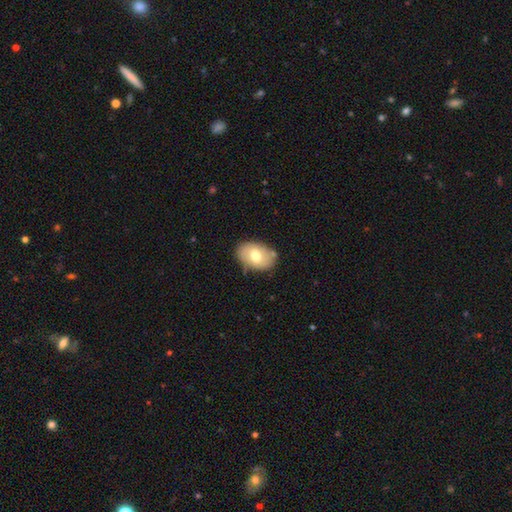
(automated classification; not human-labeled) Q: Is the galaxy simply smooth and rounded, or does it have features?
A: smooth — 69%.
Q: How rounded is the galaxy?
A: in between — 86%.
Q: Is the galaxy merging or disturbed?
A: none — 77%.